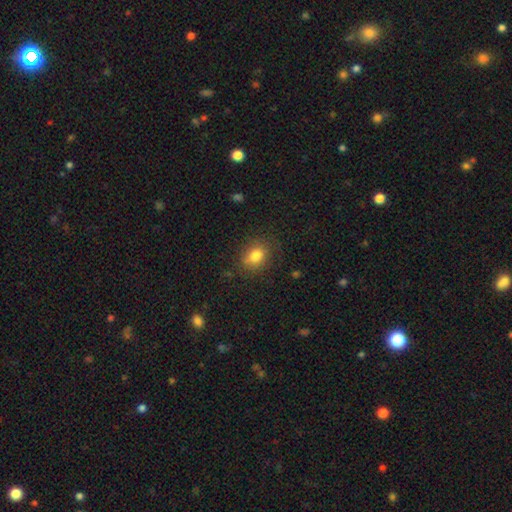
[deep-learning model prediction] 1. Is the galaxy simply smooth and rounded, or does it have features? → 80% smooth, 11% star or artifact, 9% featured or disk.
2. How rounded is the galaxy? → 53% in between, 45% round, 1% cigar-shaped.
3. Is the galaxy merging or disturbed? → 78% none, 16% minor disturbance, 5% major disturbance, 2% merger.